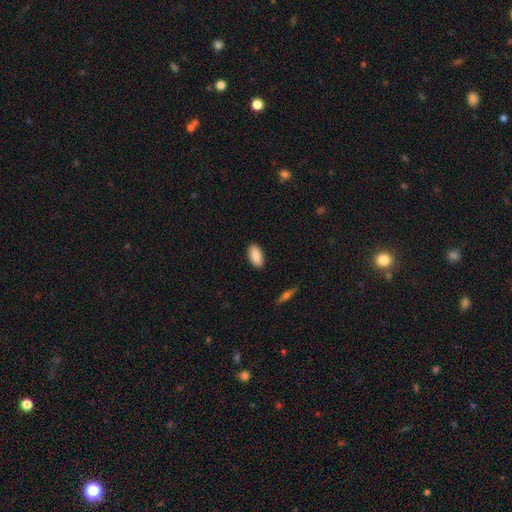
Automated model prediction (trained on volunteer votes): This appears to be a smooth galaxy with no disk features (86%) that is in between round and cigar-shaped (89%). Merging: none (88%).